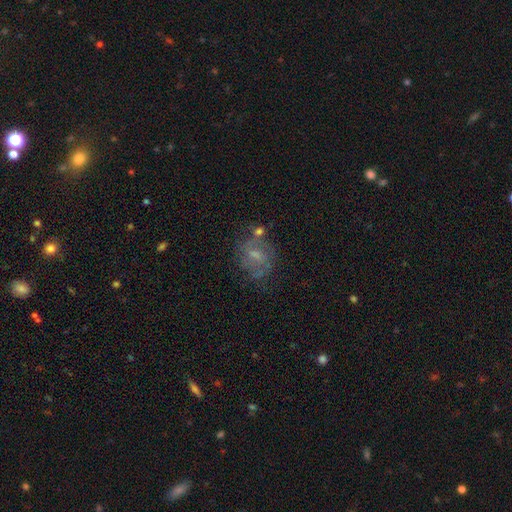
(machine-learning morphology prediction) A featured or disk galaxy (57%) with a weak bar (50%), spiral arms (61%) and a small central bulge (40%).

Vote fractions:
- Smooth or featured? featured or disk: 57% / smooth: 31% / star or artifact: 12%
- Edge-on disk? no: 97% / yes: 3%
- Bar? weak: 50% / no: 39% / strong: 12%
- Spiral arms? yes: 61% / no: 39%
- Bulge size? small: 40% / moderate: 32% / none: 23% / large: 3% / dominant: 1%
- Merging? none: 51% / minor disturbance: 21% / major disturbance: 18% / merger: 10%